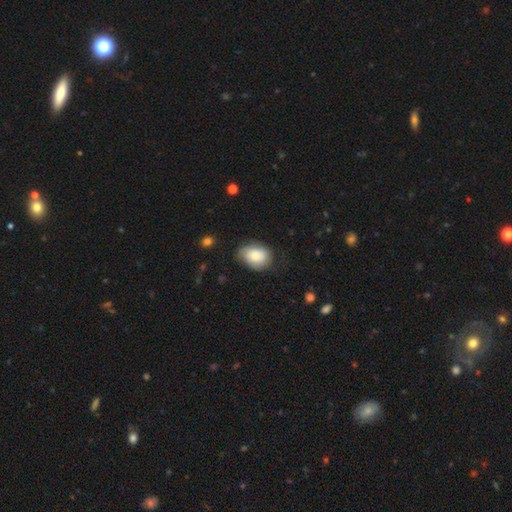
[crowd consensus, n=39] A smooth galaxy with no disk features (69%) that is in between round and cigar-shaped (78%).

Vote fractions:
- Smooth or featured? smooth: 69% / featured or disk: 23% / star or artifact: 8%
- How rounded? in between: 78% / round: 22% / cigar-shaped: 0%
- Merging? none: 44% / minor disturbance: 33% / major disturbance: 22% / merger: 0%